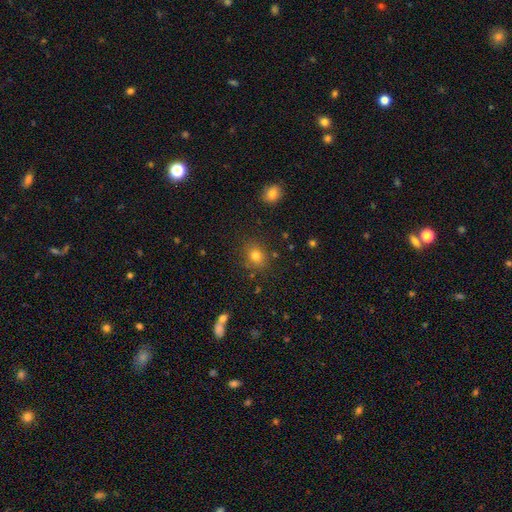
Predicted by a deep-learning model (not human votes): Overall: smooth (78%). How rounded: round (62%; in between 37%). Merging: none (82%).